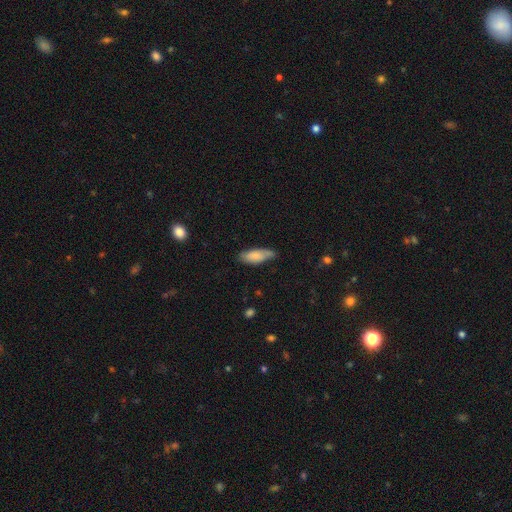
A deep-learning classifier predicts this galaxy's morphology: Smooth or featured: smooth — 79% (featured or disk — 15%)
How rounded: in between — 66% (cigar-shaped — 32%)
Merging: none — 66% (minor disturbance — 27%)